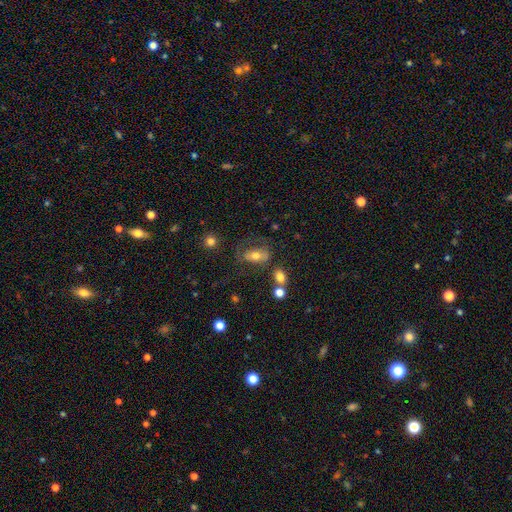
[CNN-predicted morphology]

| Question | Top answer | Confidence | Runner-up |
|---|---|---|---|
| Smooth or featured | smooth | 57% | featured or disk (33%) |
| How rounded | in between | 84% | round (10%) |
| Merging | none | 47% | major disturbance (23%) |